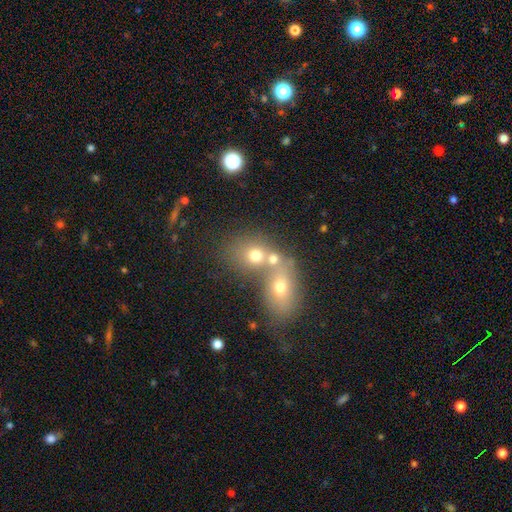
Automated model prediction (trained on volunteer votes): Smooth or featured: smooth — 67% (featured or disk — 17%)
How rounded: round — 59% (in between — 40%)
Merging: merger — 57% (none — 32%)